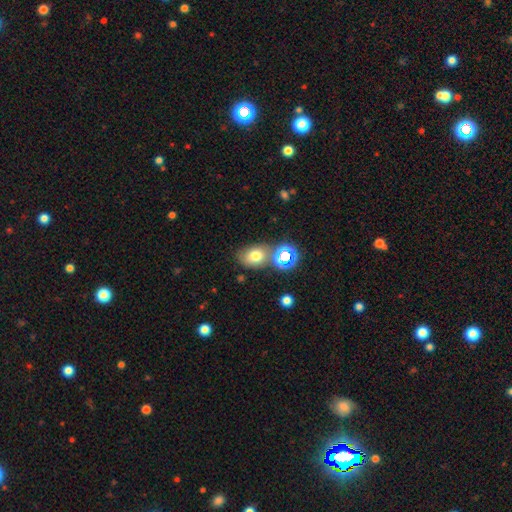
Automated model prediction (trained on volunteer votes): The model was most divided on "how rounded": in between: 66%, round: 32%, cigar-shaped: 1%. More confident: smooth or featured — smooth (70%); merging — none (65%).